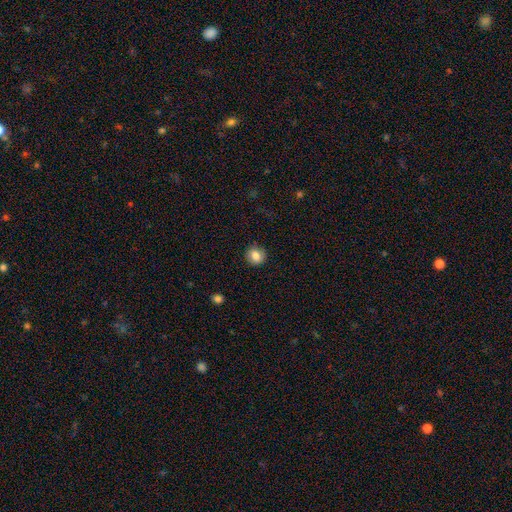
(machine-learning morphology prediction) A smooth galaxy with no disk features (84%) that is round (83%). Merging: none (88%).